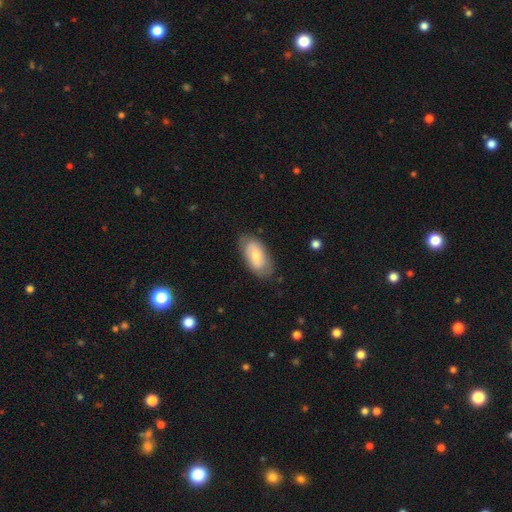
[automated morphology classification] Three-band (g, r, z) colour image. It shows a smooth galaxy with no disk features (64%) that is in between round and cigar-shaped (93%). Merging: none (75%).